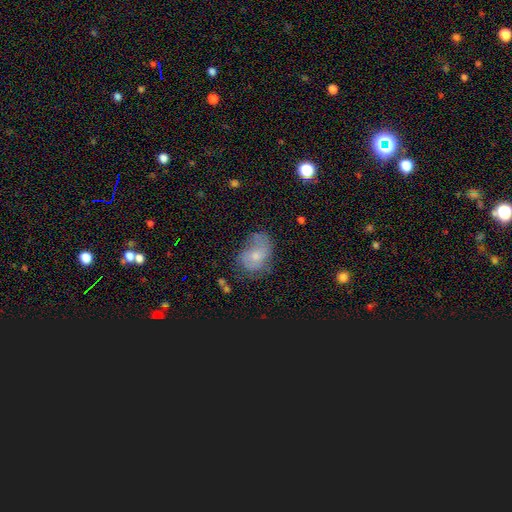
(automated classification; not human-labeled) Q: Smooth or featured?
A: smooth (45%); runner-up: featured or disk (44%)
Q: Merging?
A: none (45%); runner-up: minor disturbance (31%)